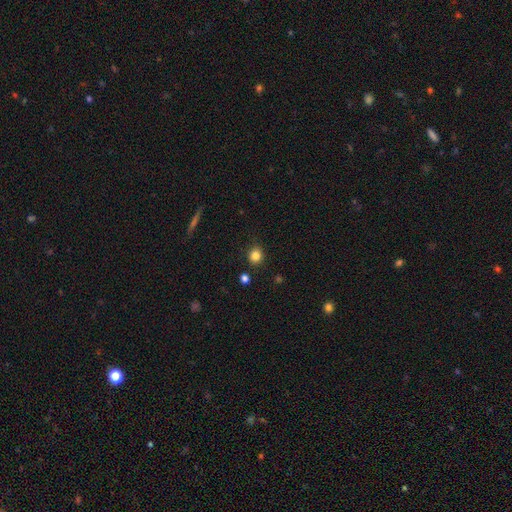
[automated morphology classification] Smooth or featured?
  - smooth: 84% *
  - star or artifact: 11%
  - featured or disk: 5%
How rounded?
  - round: 84% *
  - in between: 15%
  - cigar-shaped: 1%
Merging?
  - none: 87% *
  - minor disturbance: 8%
  - merger: 3%
  - major disturbance: 2%